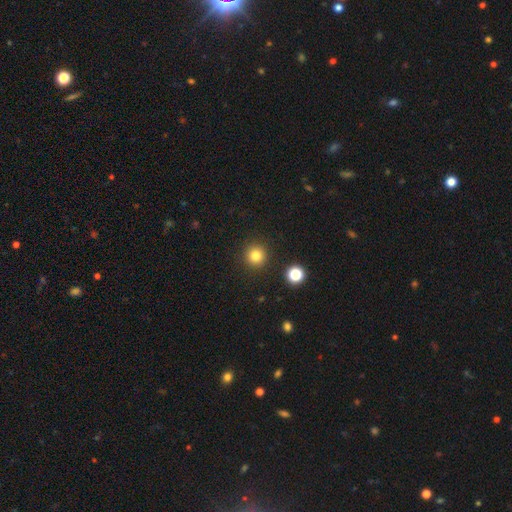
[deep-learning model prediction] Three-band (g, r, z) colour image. It shows a smooth galaxy with no disk features (81%) that is round (95%). Merging: none (91%).